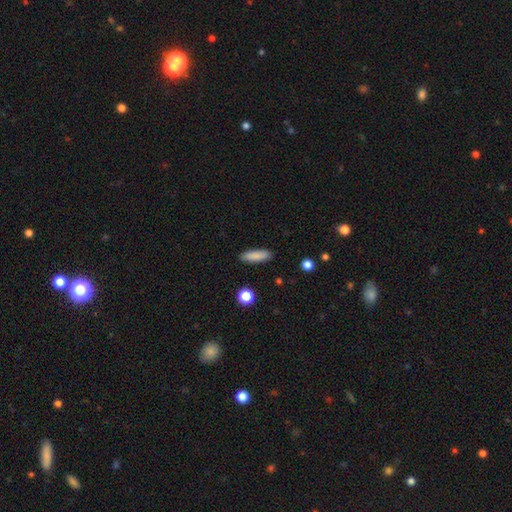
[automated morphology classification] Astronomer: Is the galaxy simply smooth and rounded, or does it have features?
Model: smooth — 86%.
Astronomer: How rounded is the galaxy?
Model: cigar-shaped — 52% (runner-up: in between, 46%).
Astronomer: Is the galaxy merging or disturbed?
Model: none — 89%.